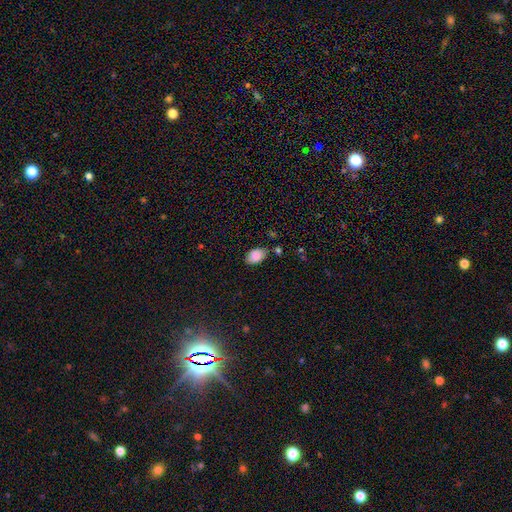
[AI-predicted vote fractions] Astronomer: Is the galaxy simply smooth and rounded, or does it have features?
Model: smooth — 86%.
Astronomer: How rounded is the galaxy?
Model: in between — 91%.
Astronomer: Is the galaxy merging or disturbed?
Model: none — 73%.